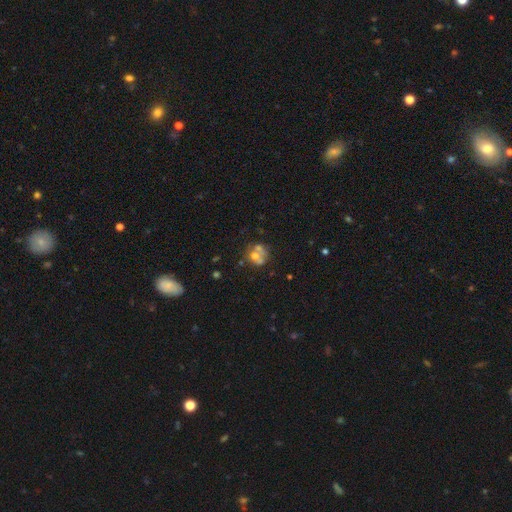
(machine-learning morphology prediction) A smooth galaxy with no disk features (45%).

Vote fractions:
- Smooth or featured? smooth: 45% / featured or disk: 41% / star or artifact: 14%
- Merging? merger: 43% / none: 35% / minor disturbance: 13% / major disturbance: 10%